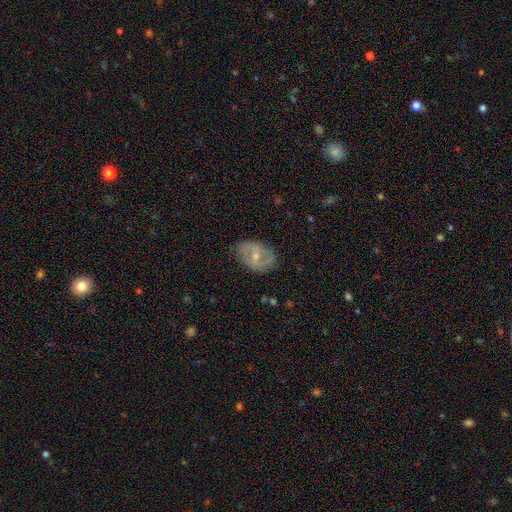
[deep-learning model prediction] The model was most divided on "bulge size": moderate: 49%, small: 48%, large: 1%, none: 1%, dominant: 1%. Remaining: edge-on disk — no (94%); merging — none (75%); smooth or featured — featured or disk (62%); spiral arms — yes (53%); bar — weak (41%).